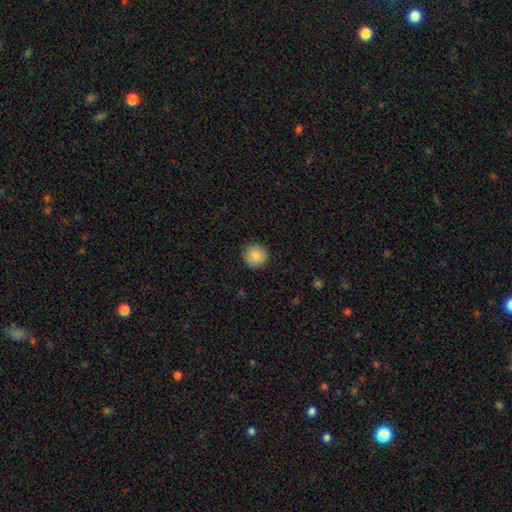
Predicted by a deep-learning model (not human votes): Morphology: type=smooth (86%); roundness=round (93%); merging=none (89%).